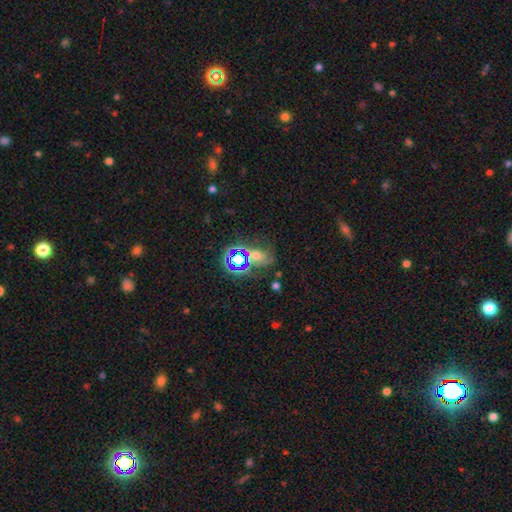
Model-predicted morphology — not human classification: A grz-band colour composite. It shows a star or artifact, not a galaxy (42%).